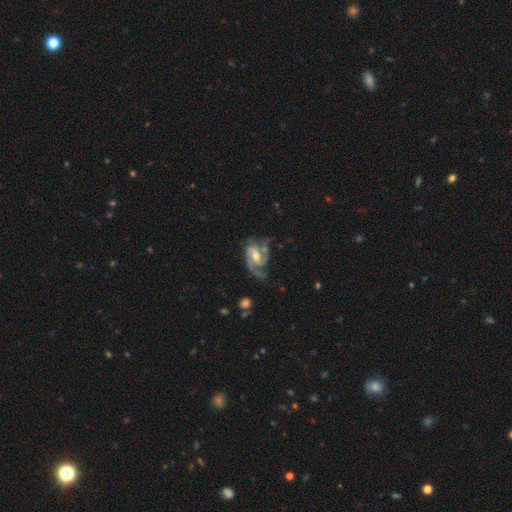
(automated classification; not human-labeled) smooth_or_featured: featured or disk (p=0.91) [alt: smooth p=0.05]
disk_edge_on: no (p=0.98) [alt: yes p=0.02]
bar: weak (p=0.49) [alt: no p=0.28]
has_spiral_arms: yes (p=0.98) [alt: no p=0.02]
spiral_winding: medium (p=0.53) [alt: tight p=0.32]
spiral_arm_count: 2 (p=0.75) [alt: 3 p=0.12]
bulge_size: moderate (p=0.61) [alt: small p=0.30]
merging: none (p=0.59) [alt: minor disturbance p=0.23]